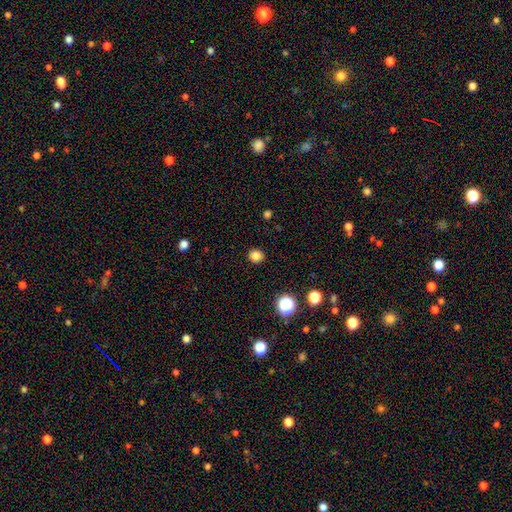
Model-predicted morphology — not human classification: The model was most divided on "how rounded": round: 84%, in between: 15%, cigar-shaped: 1%. More confident: merging — none (91%); smooth or featured — smooth (83%).